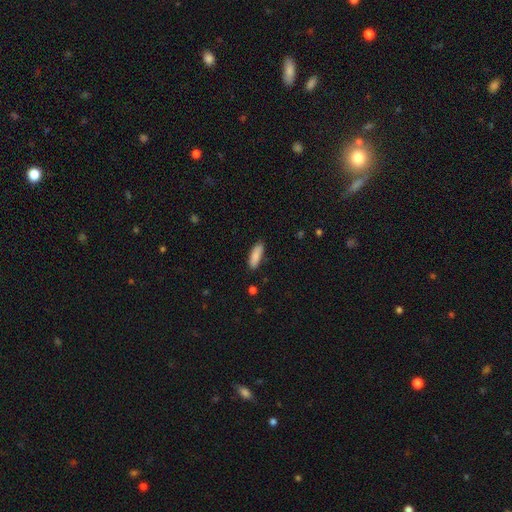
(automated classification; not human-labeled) The model was most divided on "how rounded": in between: 58%, cigar-shaped: 40%, round: 2%. More confident: smooth or featured — smooth (87%); merging — none (84%).